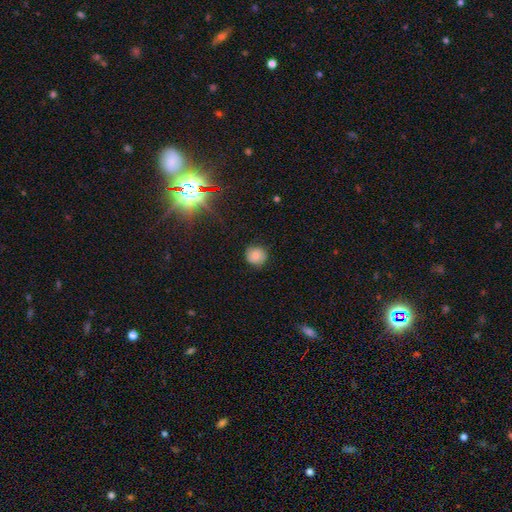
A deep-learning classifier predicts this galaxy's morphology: The model was most divided on "smooth or featured": smooth: 76%, featured or disk: 13%, star or artifact: 12%. More confident: how rounded — round (88%); merging — none (83%).